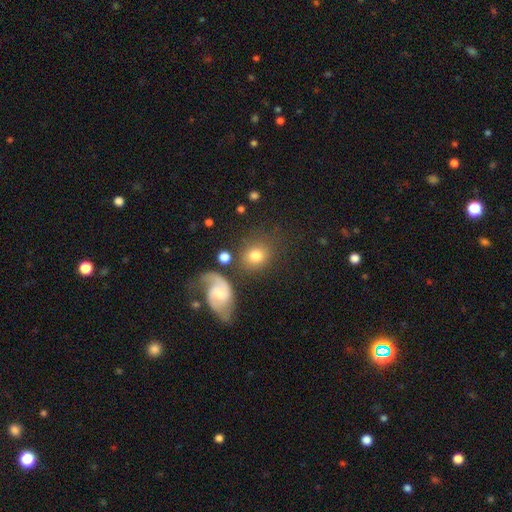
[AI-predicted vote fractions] smooth 72%, featured or disk 19%, star or artifact 9%. Down the decision tree: how rounded — round (68%); merging — none (66%).